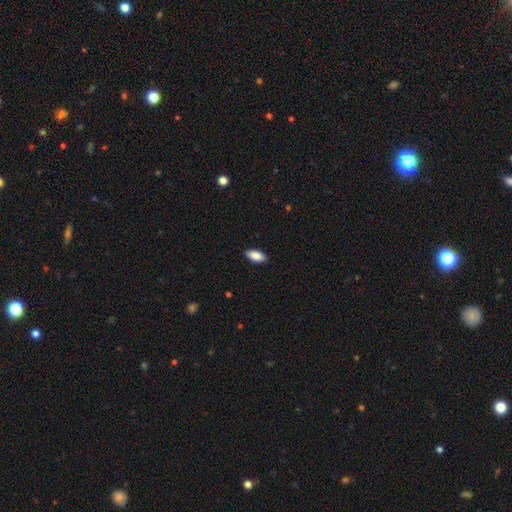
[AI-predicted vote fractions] The model was most divided on "how rounded": in between: 88%, cigar-shaped: 10%, round: 2%. More confident: merging — none (89%); smooth or featured — smooth (88%).